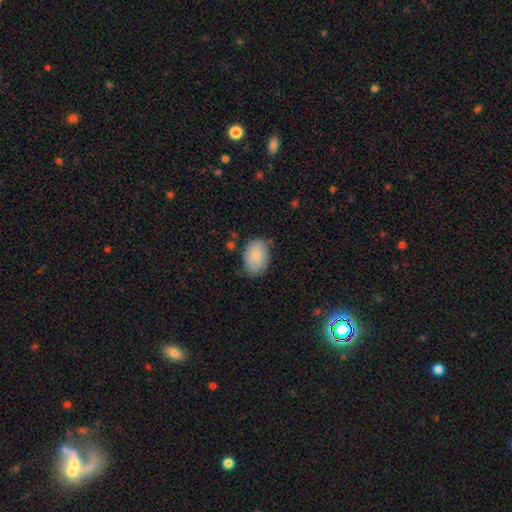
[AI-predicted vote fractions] A smooth galaxy with no disk features (83%) that is in between round and cigar-shaped (82%). Merging: none (73%).